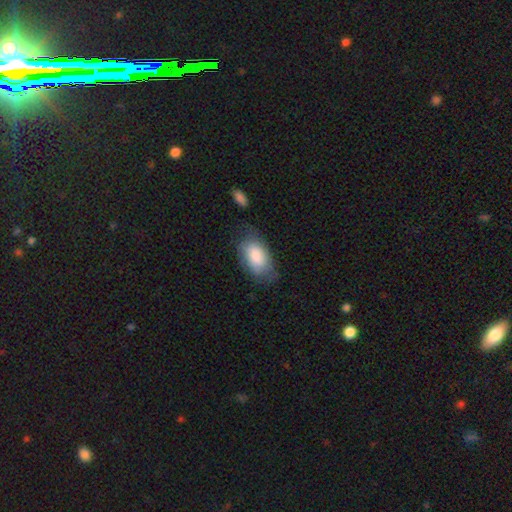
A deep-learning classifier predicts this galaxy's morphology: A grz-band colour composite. It shows a smooth galaxy with no disk features (79%) that is in between round and cigar-shaped (93%). Merging: none (60%).